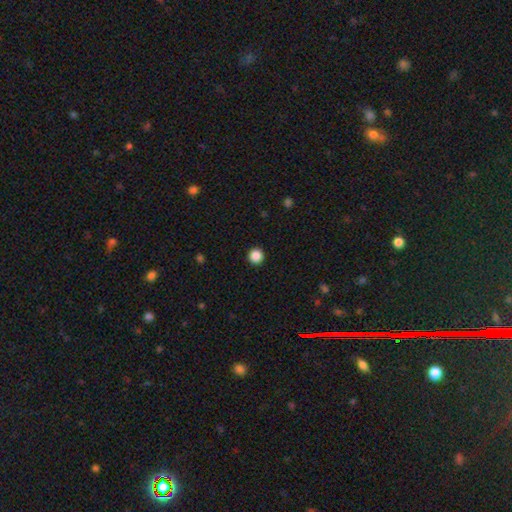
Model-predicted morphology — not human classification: Smooth or featured? smooth (87%)
How rounded? round (96%)
Merging? none (93%)